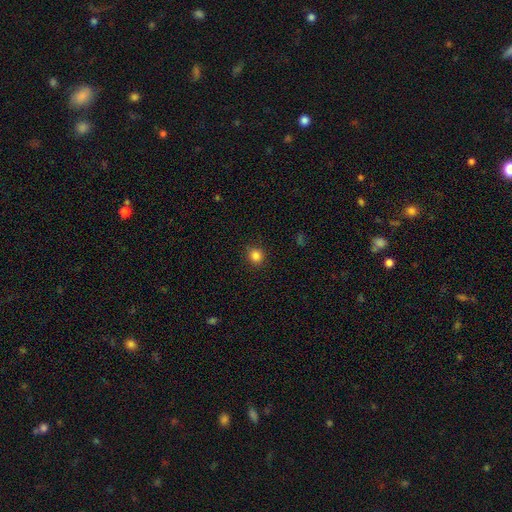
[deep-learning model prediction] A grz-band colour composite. It shows a smooth galaxy with no disk features (84%) that is round (86%). Merging: none (89%).